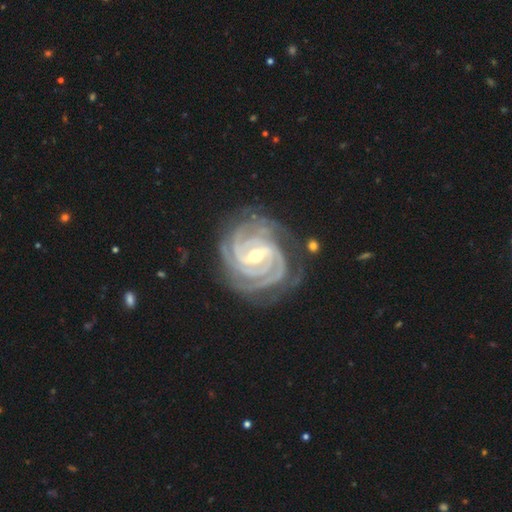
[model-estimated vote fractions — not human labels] This appears to be a featured or disk galaxy (94%) with a strong bar (52%), 3 (32%) tight (80%) spiral arms (99%) and a moderate central bulge (59%). Merging: none (77%).